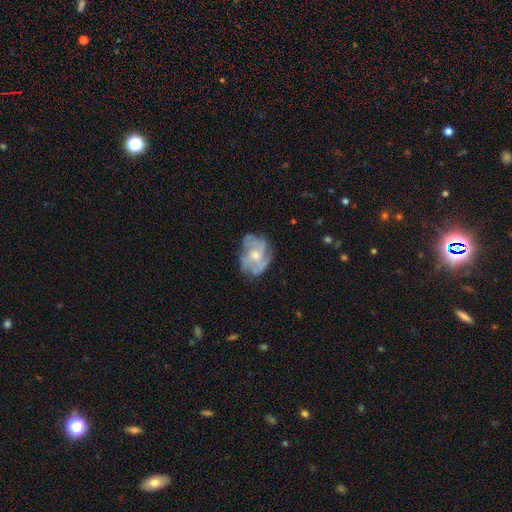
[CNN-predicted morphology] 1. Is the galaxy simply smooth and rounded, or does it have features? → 71% featured or disk, 22% smooth, 7% star or artifact.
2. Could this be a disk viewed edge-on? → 97% no, 3% yes.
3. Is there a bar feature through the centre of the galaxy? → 76% no, 21% weak, 3% strong.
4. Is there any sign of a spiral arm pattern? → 74% yes, 26% no.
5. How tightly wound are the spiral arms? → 43% medium, 35% tight, 22% loose.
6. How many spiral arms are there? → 32% can't tell, 28% 3, 17% 4, 14% 2, 5% more than 4, 4% 1.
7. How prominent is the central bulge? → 58% moderate, 31% small, 6% large, 4% none, 1% dominant.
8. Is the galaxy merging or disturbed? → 61% none, 23% minor disturbance, 14% major disturbance, 2% merger.